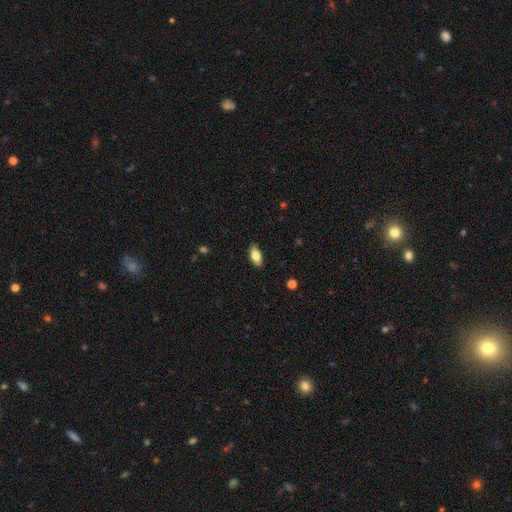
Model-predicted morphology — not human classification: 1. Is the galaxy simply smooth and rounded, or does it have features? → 78% smooth, 16% featured or disk, 7% star or artifact.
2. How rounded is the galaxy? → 87% in between, 10% cigar-shaped, 3% round.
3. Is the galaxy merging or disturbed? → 88% none, 9% minor disturbance, 2% major disturbance, 1% merger.